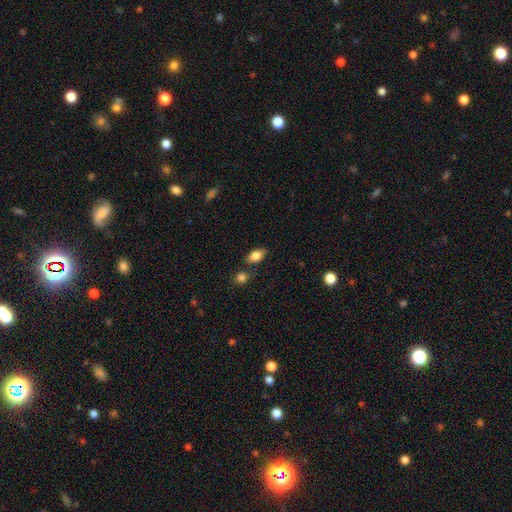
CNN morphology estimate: This is clearly a smooth galaxy (82%). How rounded: clearly in between (87%). Merging: likely none (74%).